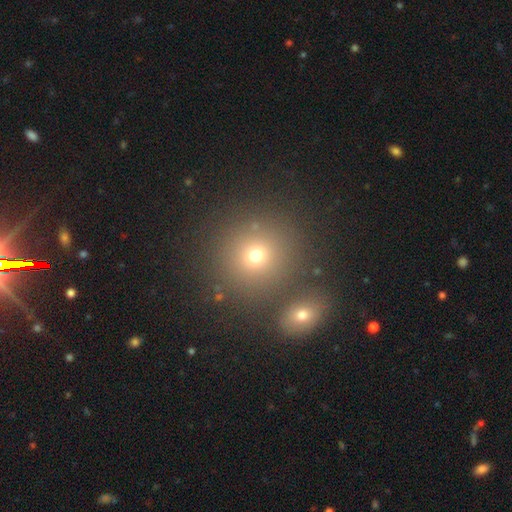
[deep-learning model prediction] This appears to be a smooth galaxy with no disk features (71%) that is round (89%). Merging: none (74%).